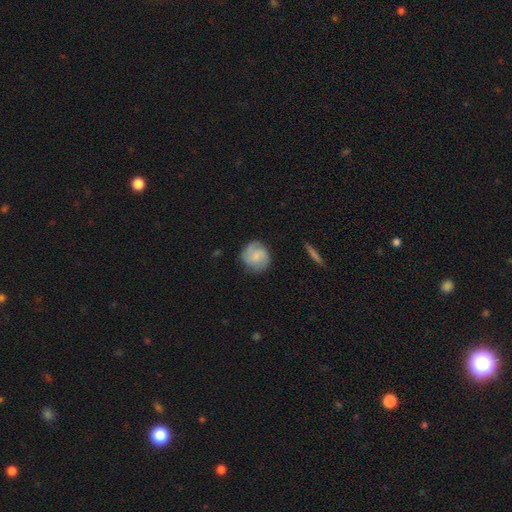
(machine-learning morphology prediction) A smooth galaxy with no disk features (54%) that is round (88%). Merging: none (77%).